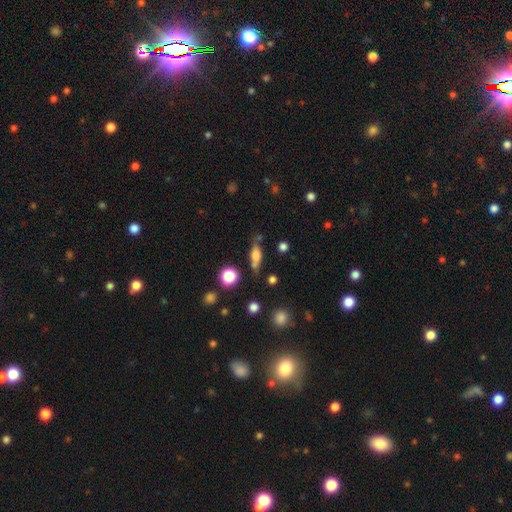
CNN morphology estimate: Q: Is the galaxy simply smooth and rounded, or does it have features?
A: smooth — 65%.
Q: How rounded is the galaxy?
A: in between — 56%.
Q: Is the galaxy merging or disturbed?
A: none — 65%.